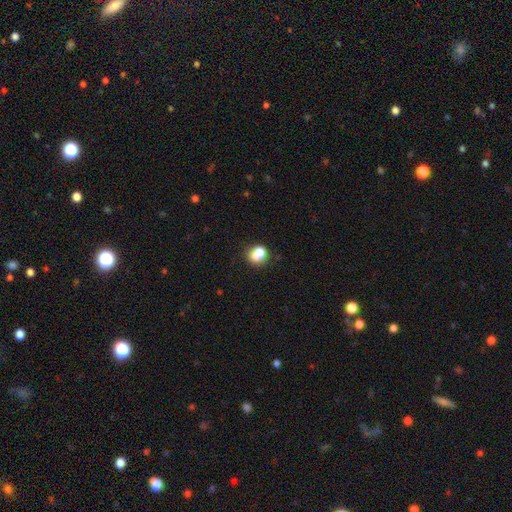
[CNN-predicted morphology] Smooth or featured: smooth — 73% (featured or disk — 16%)
How rounded: round — 65% (in between — 34%)
Merging: none — 45% (merger — 32%)